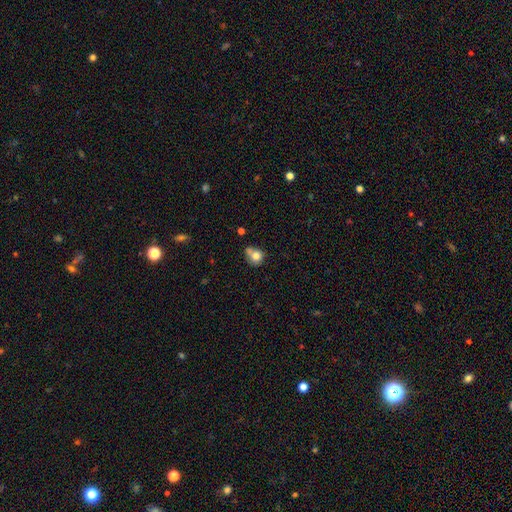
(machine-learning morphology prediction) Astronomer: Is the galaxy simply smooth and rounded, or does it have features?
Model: smooth — 77%.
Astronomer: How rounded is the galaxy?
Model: round — 71%.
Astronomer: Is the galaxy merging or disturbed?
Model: none — 40% (runner-up: merger, 25%).